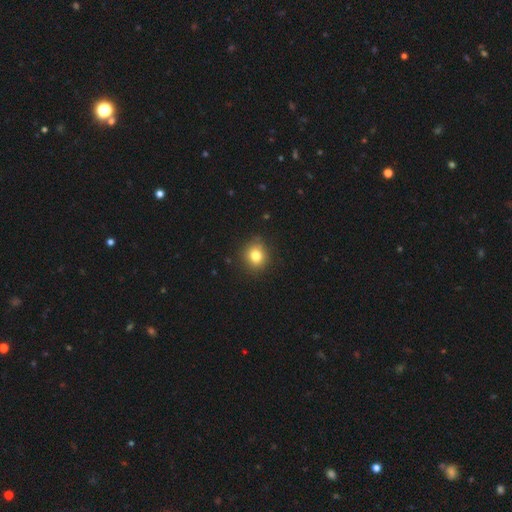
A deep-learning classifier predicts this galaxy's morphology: Overall: smooth (80%). How rounded: round (83%). Merging: none (87%).